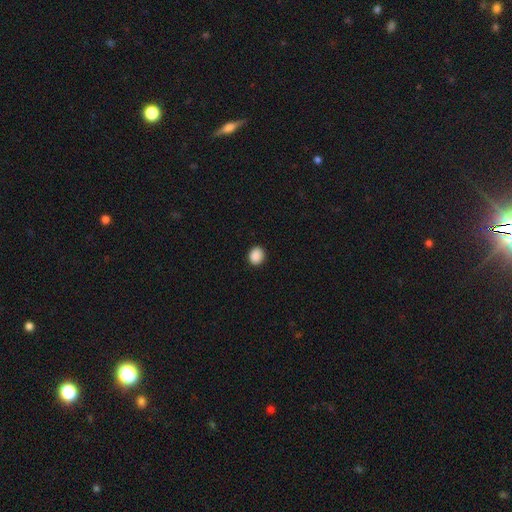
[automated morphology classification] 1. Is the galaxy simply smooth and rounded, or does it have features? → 89% smooth, 9% star or artifact, 2% featured or disk.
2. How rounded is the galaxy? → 69% round, 30% in between, 1% cigar-shaped.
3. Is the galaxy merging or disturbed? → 91% none, 6% minor disturbance, 2% major disturbance, 1% merger.